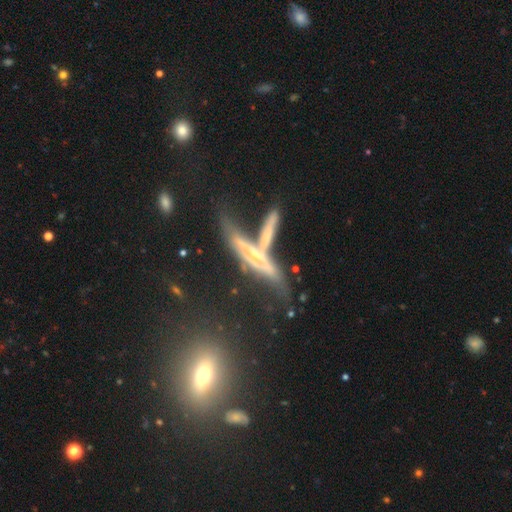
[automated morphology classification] featured or disk 68%, smooth 20%, star or artifact 12%. Down the decision tree: edge-on disk — yes (72%); merging — merger (43%).